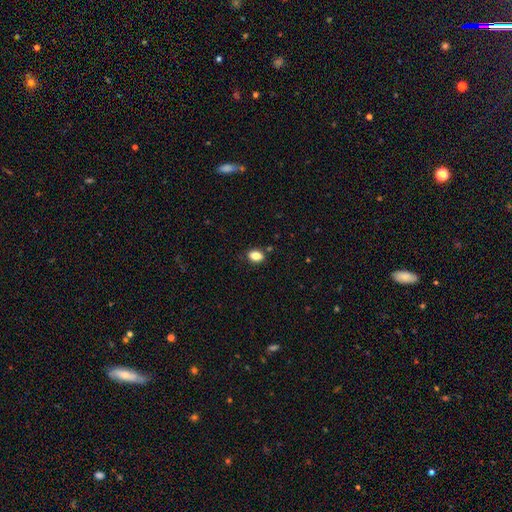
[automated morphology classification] type=smooth (84%); roundness=in between (78%); merging=none (84%).